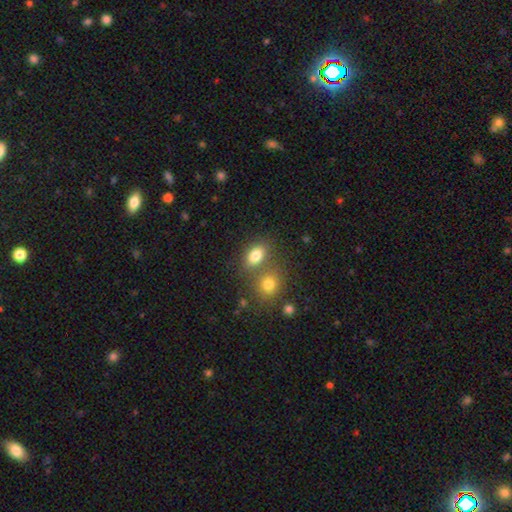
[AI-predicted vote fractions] This appears to be a smooth galaxy with no disk features (81%) that is in between round and cigar-shaped (79%). Merging: none (55%).